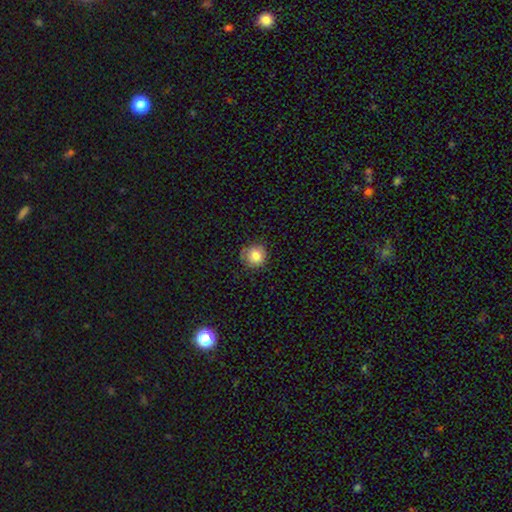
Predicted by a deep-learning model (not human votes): A smooth galaxy with no disk features (79%) that is round (90%). Merging: none (77%).